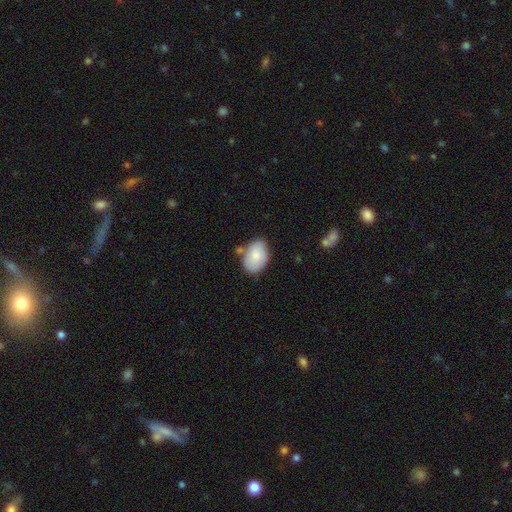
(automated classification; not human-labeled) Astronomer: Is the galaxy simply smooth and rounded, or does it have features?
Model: smooth — 82%.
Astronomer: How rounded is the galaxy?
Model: in between — 85%.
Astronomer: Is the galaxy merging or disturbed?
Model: none — 66%.